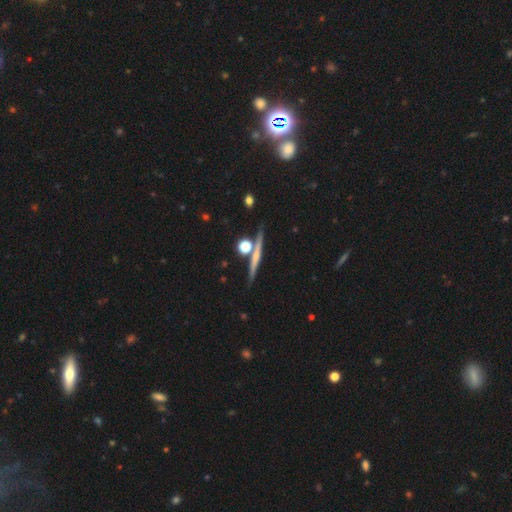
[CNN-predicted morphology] This is possibly a featured or disk galaxy (51%). It is clearly viewed edge-on (95%). Merging: likely none (78%).